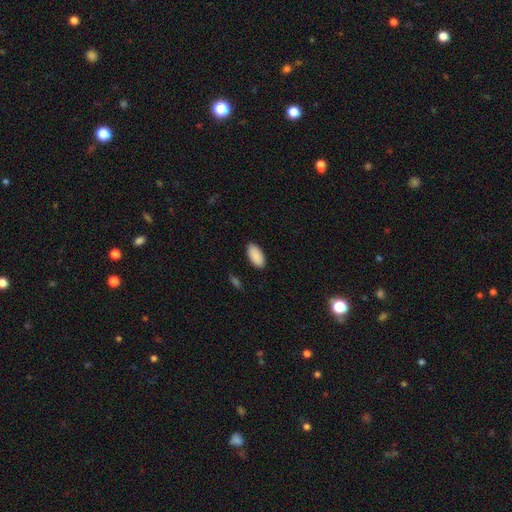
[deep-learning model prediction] This appears to be a smooth galaxy with no disk features (91%) that is in between round and cigar-shaped (94%). Merging: none (89%).